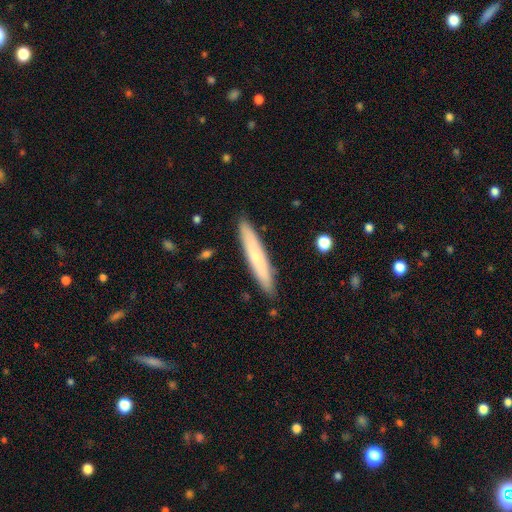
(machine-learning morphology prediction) This is likely a smooth galaxy (66%). How rounded: clearly cigar-shaped (92%). Merging: clearly none (89%).